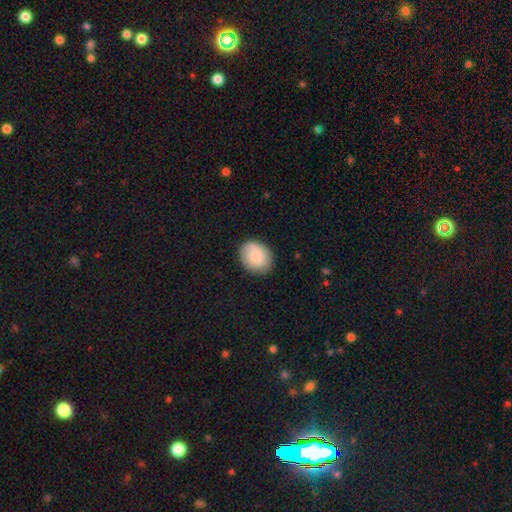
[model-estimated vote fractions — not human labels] Q: Smooth or featured?
A: smooth (82%); runner-up: featured or disk (11%)
Q: How rounded?
A: in between (50%); runner-up: round (49%)
Q: Merging?
A: none (84%); runner-up: minor disturbance (12%)